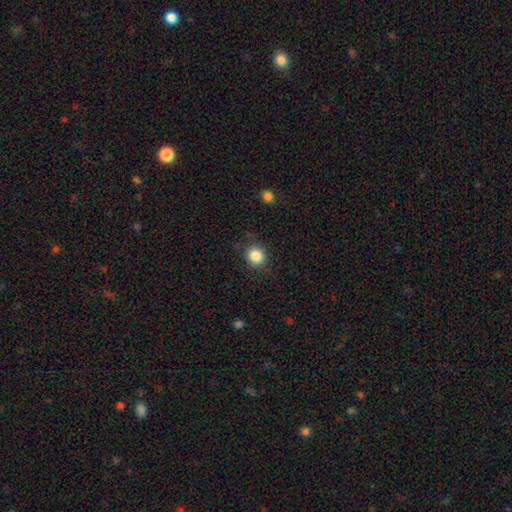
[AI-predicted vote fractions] Smooth or featured?
  - smooth: 85% *
  - star or artifact: 10%
  - featured or disk: 4%
How rounded?
  - round: 86% *
  - in between: 13%
  - cigar-shaped: 1%
Merging?
  - none: 86% *
  - minor disturbance: 10%
  - major disturbance: 3%
  - merger: 2%